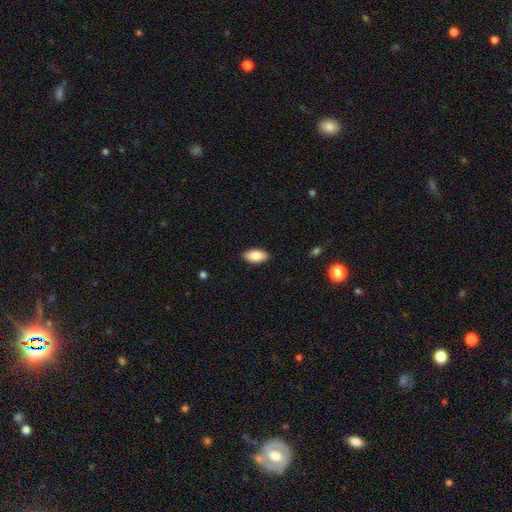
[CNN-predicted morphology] The model was most divided on "smooth or featured": smooth: 86%, featured or disk: 7%, star or artifact: 6%. More confident: how rounded — in between (94%); merging — none (89%).